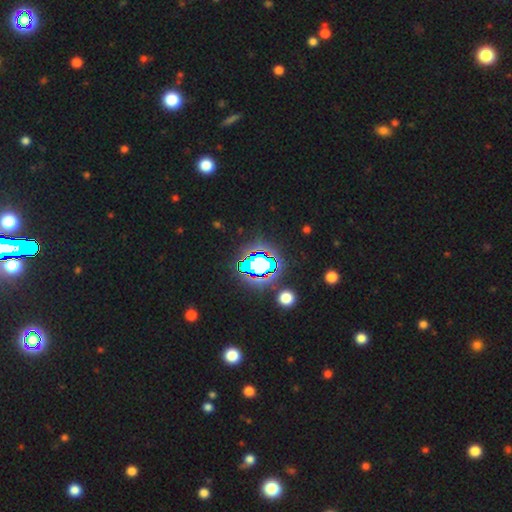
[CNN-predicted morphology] star or artifact 70%, smooth 18%, featured or disk 12%.